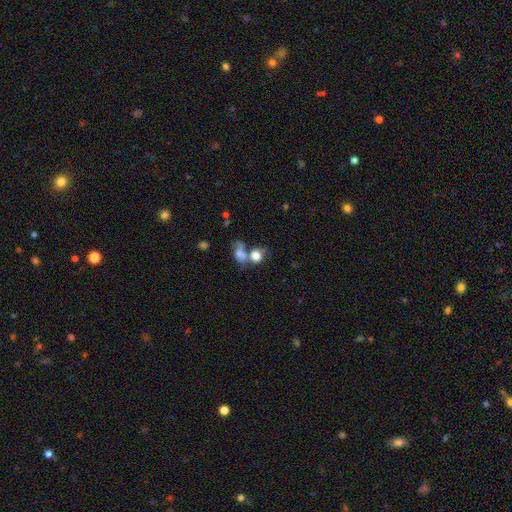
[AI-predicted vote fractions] smooth-or-featured: smooth: 74% | featured or disk: 14% | star or artifact: 12%
  how-rounded: round: 68% | in between: 31% | cigar-shaped: 2%
  merging: merger: 49% | none: 30% | minor disturbance: 11% | major disturbance: 10%